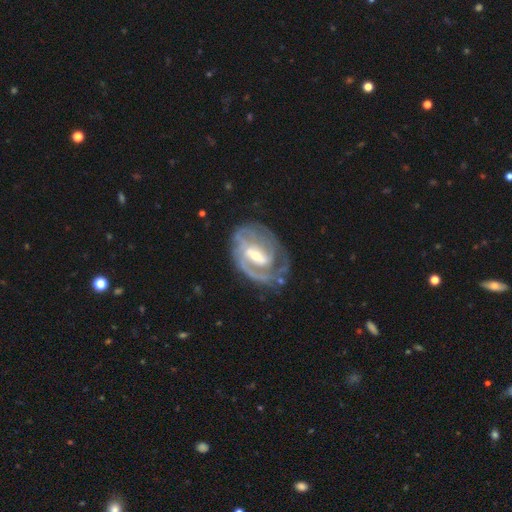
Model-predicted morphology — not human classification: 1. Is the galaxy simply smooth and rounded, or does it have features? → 88% featured or disk, 7% smooth, 5% star or artifact.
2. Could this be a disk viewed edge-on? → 97% no, 3% yes.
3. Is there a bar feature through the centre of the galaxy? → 46% weak, 38% strong, 17% no.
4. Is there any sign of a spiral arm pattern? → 94% yes, 6% no.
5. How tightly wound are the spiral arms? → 54% tight, 36% medium, 10% loose.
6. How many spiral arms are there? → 45% 2, 23% can't tell, 15% 3, 9% 1, 4% 4, 3% more than 4.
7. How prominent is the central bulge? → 48% small, 46% moderate, 4% large, 1% none, 1% dominant.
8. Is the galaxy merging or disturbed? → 62% none, 21% minor disturbance, 14% major disturbance, 3% merger.